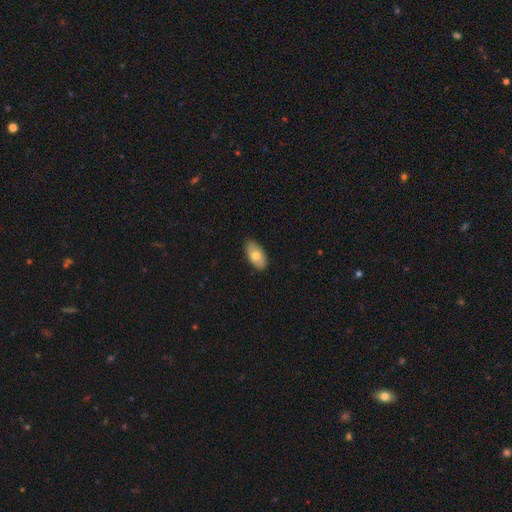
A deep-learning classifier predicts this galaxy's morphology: A smooth galaxy with no disk features (75%) that is in between round and cigar-shaped (94%).

Vote fractions:
- Smooth or featured? smooth: 75% / featured or disk: 19% / star or artifact: 6%
- How rounded? in between: 94% / cigar-shaped: 4% / round: 3%
- Merging? none: 86% / minor disturbance: 11% / major disturbance: 2% / merger: 1%